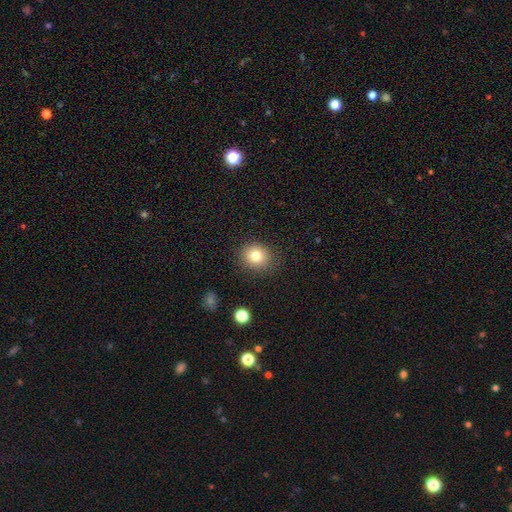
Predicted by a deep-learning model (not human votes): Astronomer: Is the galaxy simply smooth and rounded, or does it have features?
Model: smooth — 79%.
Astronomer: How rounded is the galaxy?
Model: round — 77%.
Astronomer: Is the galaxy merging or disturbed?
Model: none — 86%.